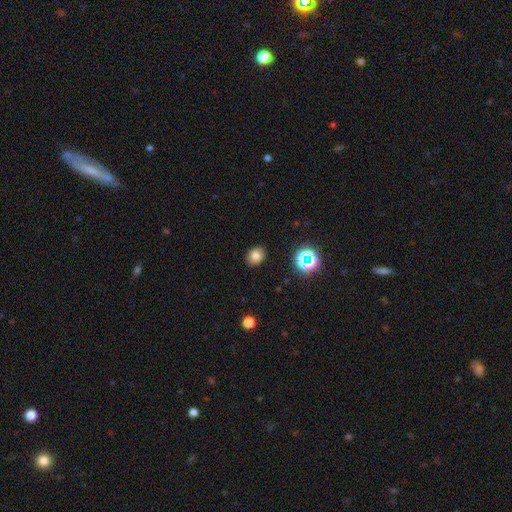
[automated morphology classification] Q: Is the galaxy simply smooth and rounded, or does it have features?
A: smooth — 77%.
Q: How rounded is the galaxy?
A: in between — 50%.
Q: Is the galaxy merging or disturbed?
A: none — 88%.